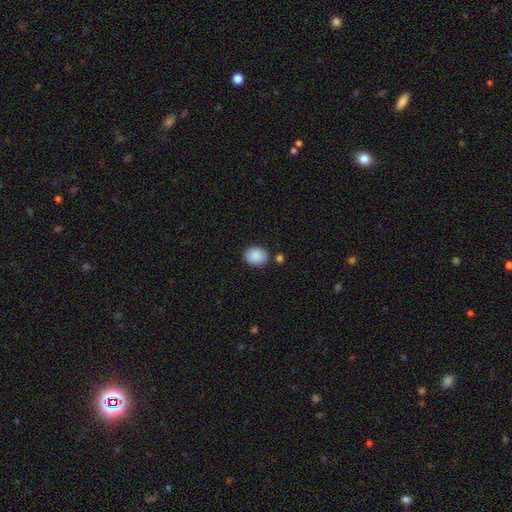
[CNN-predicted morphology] Smooth or featured? smooth (89%)
How rounded? round (53%)
Merging? none (80%)